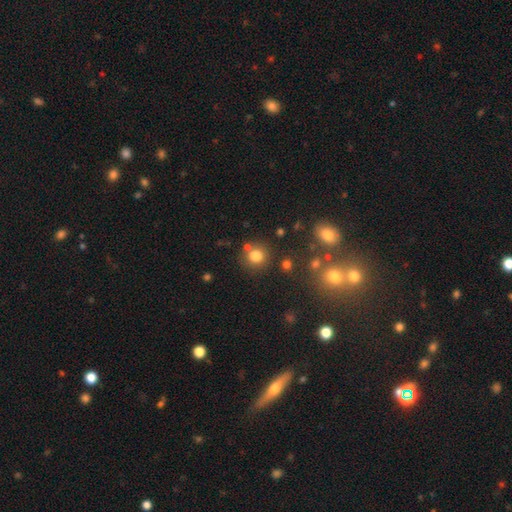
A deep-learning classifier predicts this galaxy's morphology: This is likely a smooth galaxy (79%). How rounded: clearly round (89%). Merging: likely none (74%).